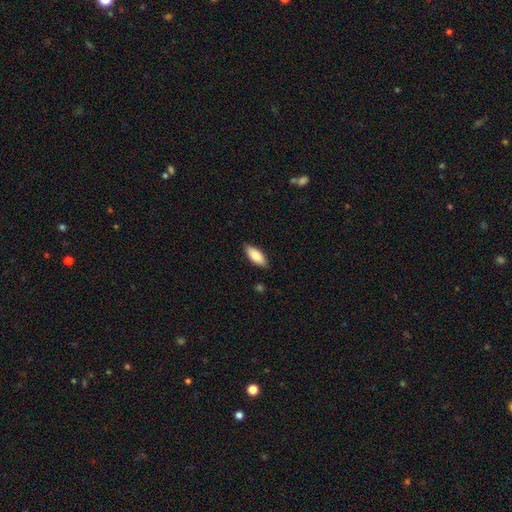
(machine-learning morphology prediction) Overall: smooth (84%). How rounded: in between (83%). Merging: none (86%).